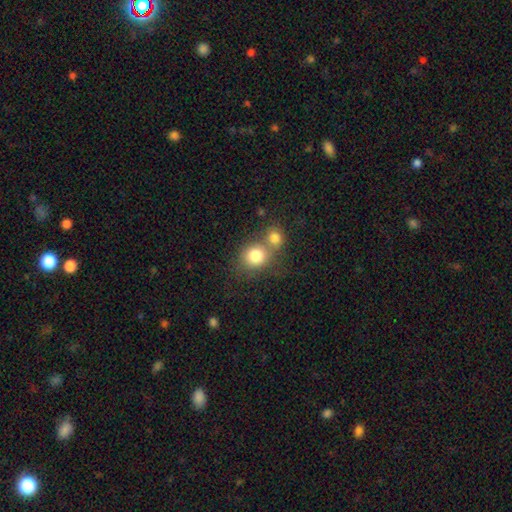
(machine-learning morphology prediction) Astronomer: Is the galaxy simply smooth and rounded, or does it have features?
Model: smooth — 80%.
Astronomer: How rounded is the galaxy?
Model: round — 79%.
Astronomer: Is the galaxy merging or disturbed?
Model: merger — 51% (runner-up: none, 37%).